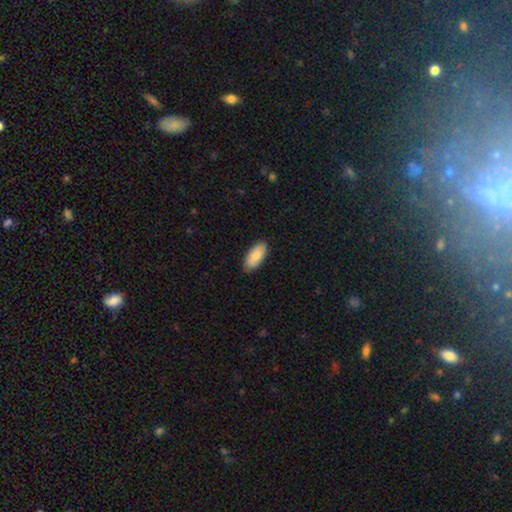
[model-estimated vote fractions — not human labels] Q: Smooth or featured?
A: smooth (87%); runner-up: featured or disk (8%)
Q: How rounded?
A: in between (90%); runner-up: cigar-shaped (8%)
Q: Merging?
A: none (85%); runner-up: minor disturbance (12%)